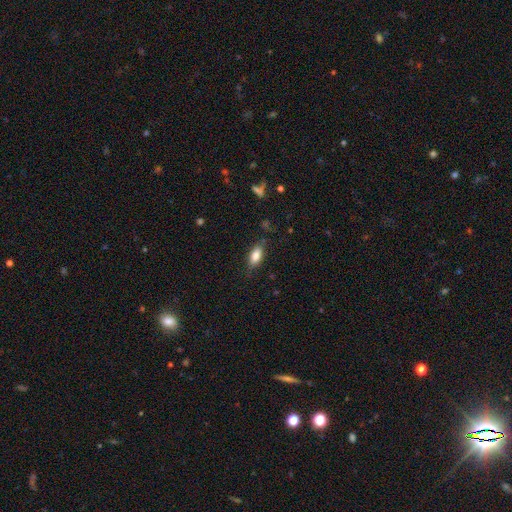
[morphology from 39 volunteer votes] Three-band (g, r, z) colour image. It shows a smooth galaxy with no disk features (79%) that is in between round and cigar-shaped (74%). Merging: none (70%).